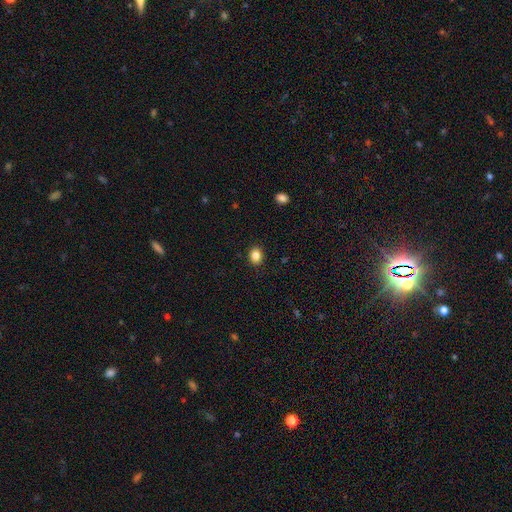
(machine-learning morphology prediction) Smooth or featured?
  - smooth: 86% *
  - star or artifact: 10%
  - featured or disk: 4%
How rounded?
  - round: 53% *
  - in between: 46%
  - cigar-shaped: 1%
Merging?
  - none: 89% *
  - minor disturbance: 7%
  - major disturbance: 2%
  - merger: 1%